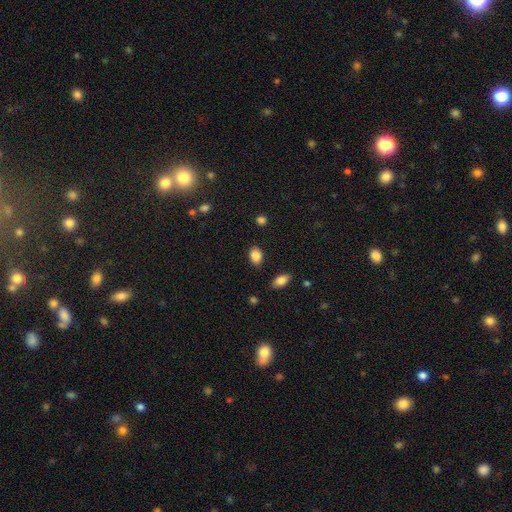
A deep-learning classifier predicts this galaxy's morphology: The model was most divided on "how rounded": in between: 76%, round: 23%, cigar-shaped: 1%. More confident: smooth or featured — smooth (87%); merging — none (86%).